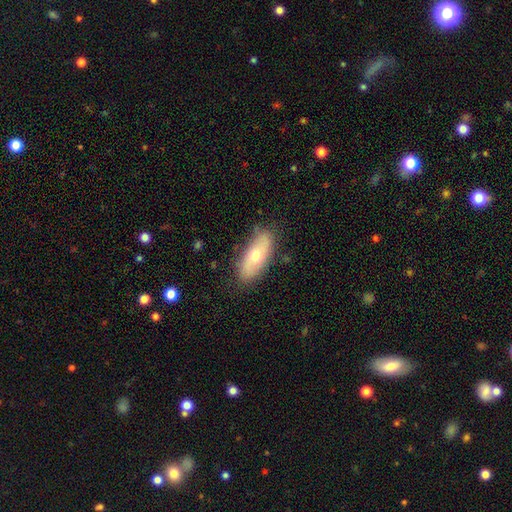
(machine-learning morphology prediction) A smooth galaxy with no disk features (57%) that is in between round and cigar-shaped (80%). Merging: none (81%).